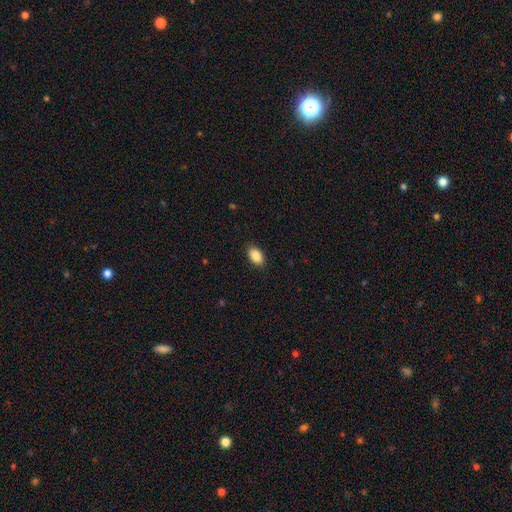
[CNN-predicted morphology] smooth-or-featured: smooth: 89% | star or artifact: 7% | featured or disk: 4%
  how-rounded: in between: 93% | round: 5% | cigar-shaped: 2%
  merging: none: 88% | minor disturbance: 9% | major disturbance: 2% | merger: 1%